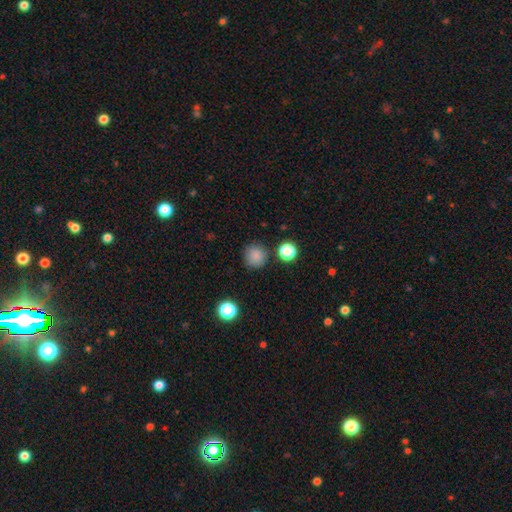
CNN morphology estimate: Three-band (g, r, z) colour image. It shows a smooth galaxy with no disk features (84%) that is round (93%). Merging: none (86%).